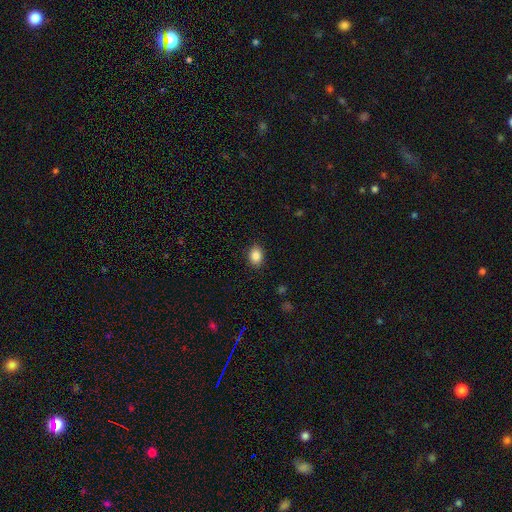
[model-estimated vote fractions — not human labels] This appears to be a smooth galaxy with no disk features (86%) that is in between round and cigar-shaped (62%). Merging: none (89%).